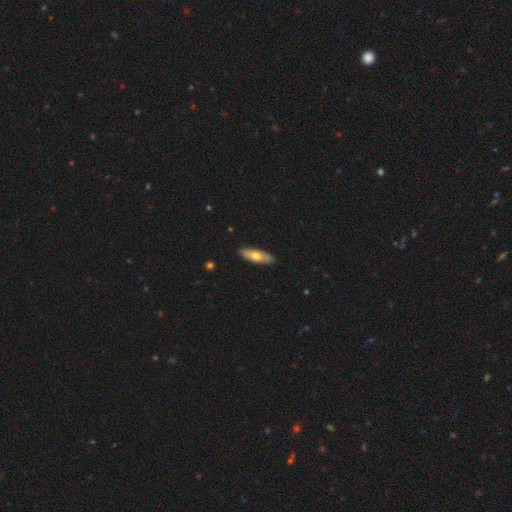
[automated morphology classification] smooth_or_featured: smooth (p=0.60) [alt: featured or disk p=0.35]
how_rounded: in between (p=0.58) [alt: cigar-shaped p=0.40]
merging: none (p=0.88) [alt: minor disturbance p=0.09]